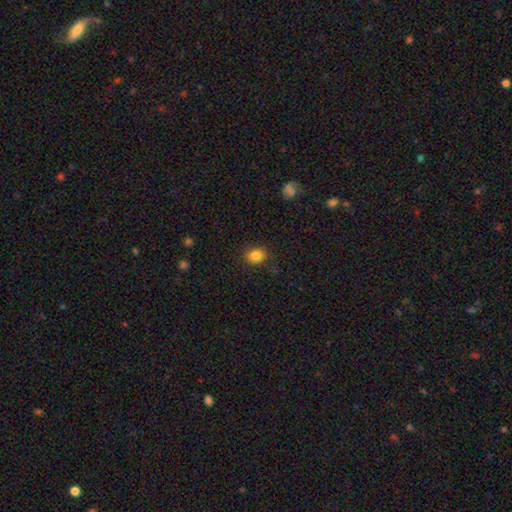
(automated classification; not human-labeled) The model was most divided on "how rounded": round: 68%, in between: 31%, cigar-shaped: 1%. More confident: merging — none (86%); smooth or featured — smooth (85%).